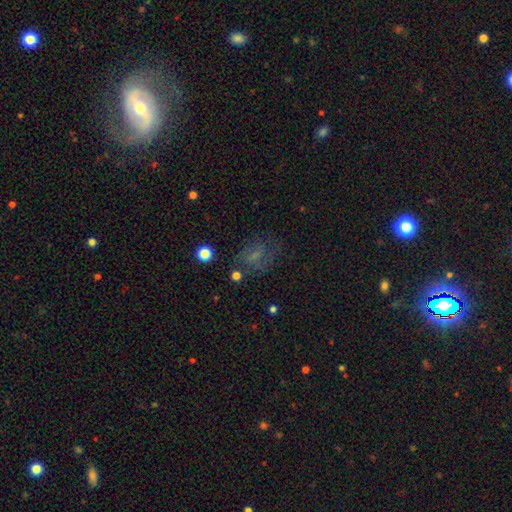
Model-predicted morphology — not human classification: Q: Smooth or featured?
A: smooth (45%); runner-up: featured or disk (32%)
Q: Merging?
A: none (56%); runner-up: minor disturbance (20%)